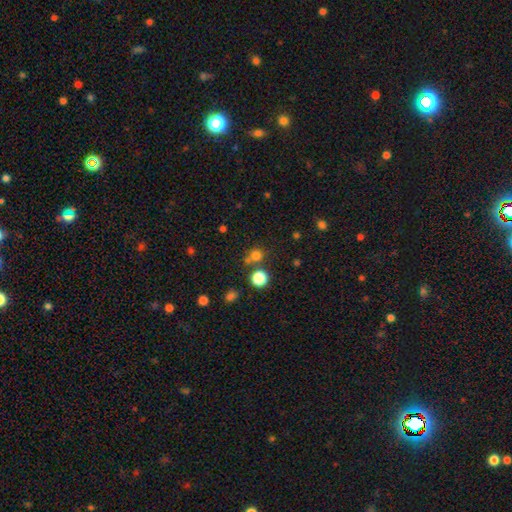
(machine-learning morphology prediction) Overall: smooth (73%). How rounded: round (90%). Merging: none (66%).